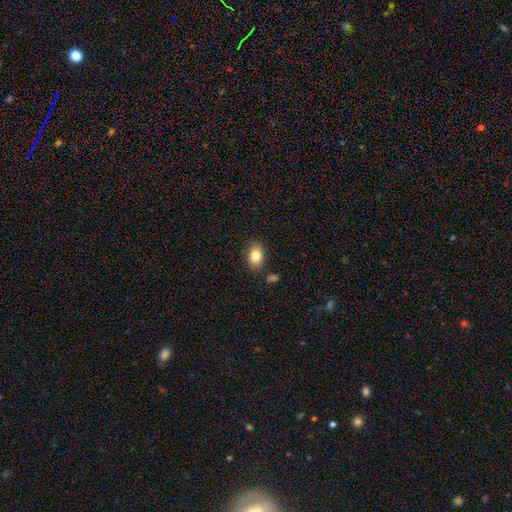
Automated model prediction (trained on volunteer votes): Morphology: type=smooth (83%); roundness=in between (79%); merging=none (84%).